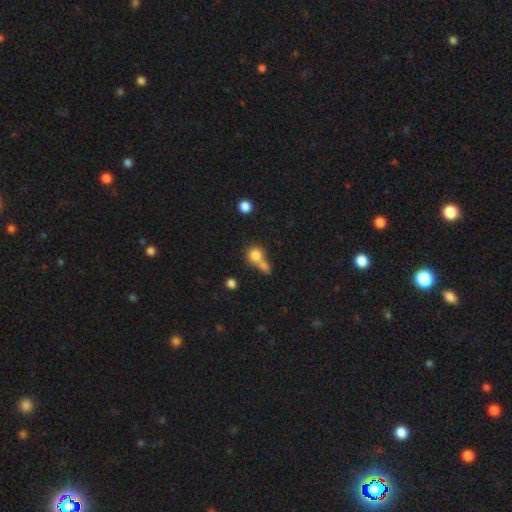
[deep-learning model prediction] smooth 77%, star or artifact 12%, featured or disk 11%. Down the decision tree: how rounded — round (85%); merging — merger (50%).